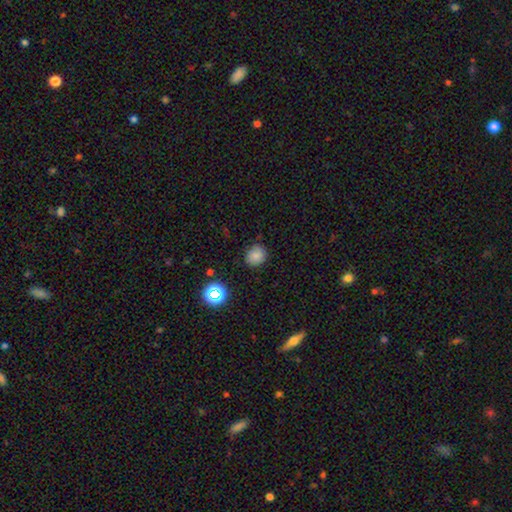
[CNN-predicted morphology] type=smooth (80%); roundness=round (77%); merging=none (84%).